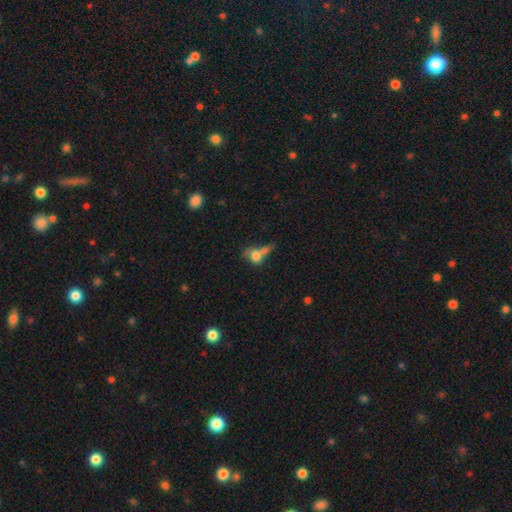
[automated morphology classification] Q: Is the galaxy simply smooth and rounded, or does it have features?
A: smooth — 65%.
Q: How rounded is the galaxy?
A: round — 52%.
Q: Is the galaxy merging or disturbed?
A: merger — 44%.